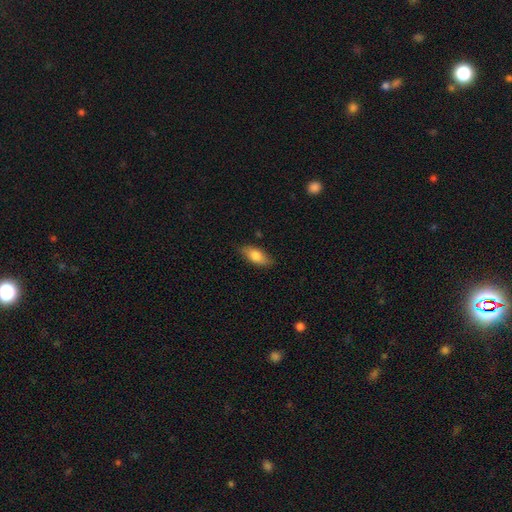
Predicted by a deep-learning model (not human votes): Smooth or featured?
  - smooth: 77% *
  - featured or disk: 16%
  - star or artifact: 6%
How rounded?
  - in between: 81% *
  - cigar-shaped: 16%
  - round: 3%
Merging?
  - none: 82% *
  - minor disturbance: 14%
  - major disturbance: 3%
  - merger: 1%